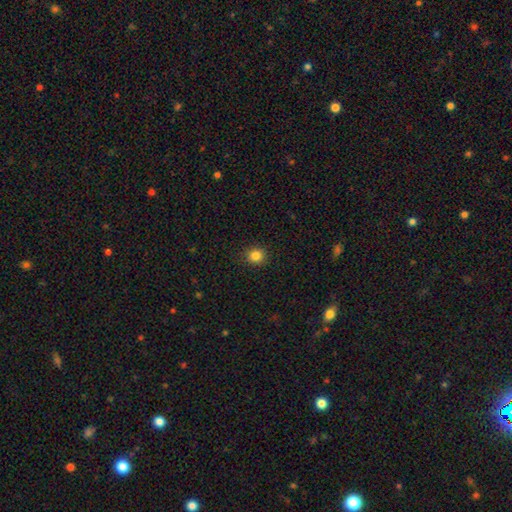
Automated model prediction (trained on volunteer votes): A smooth galaxy with no disk features (84%) that is round (89%). Merging: none (91%).